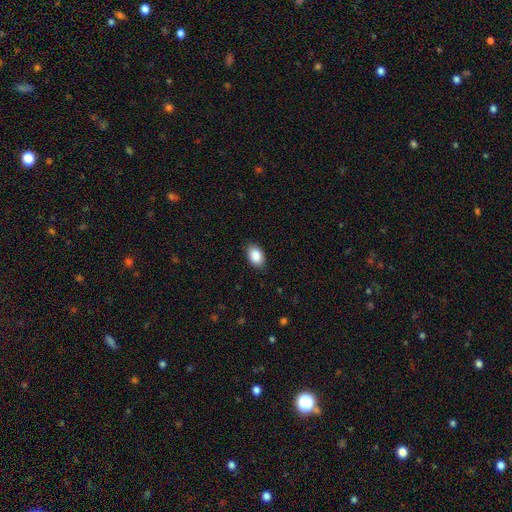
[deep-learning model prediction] Smooth or featured? Predicted: smooth (p=0.89). How rounded? Predicted: in between (p=0.89). Merging? Predicted: none (p=0.86).